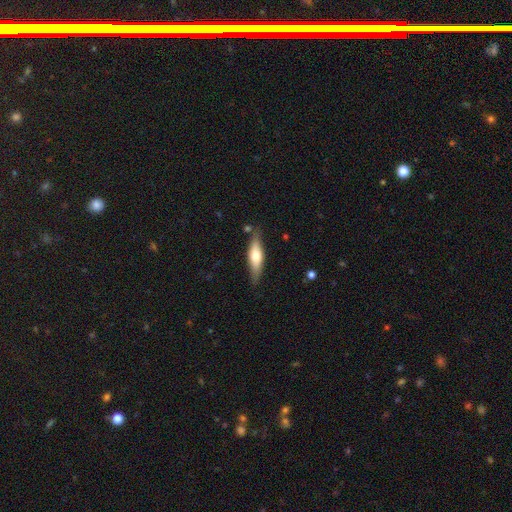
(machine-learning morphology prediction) This appears to be a smooth galaxy with no disk features (51%) that is cigar-shaped (60%). Merging: none (81%).